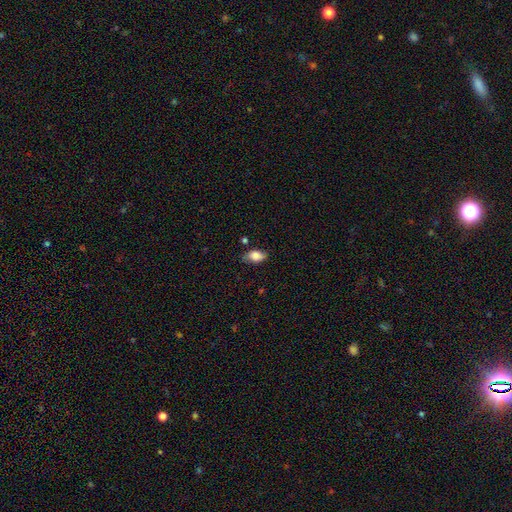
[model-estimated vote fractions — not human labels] This appears to be a smooth galaxy with no disk features (82%) that is in between round and cigar-shaped (91%). Merging: none (70%).